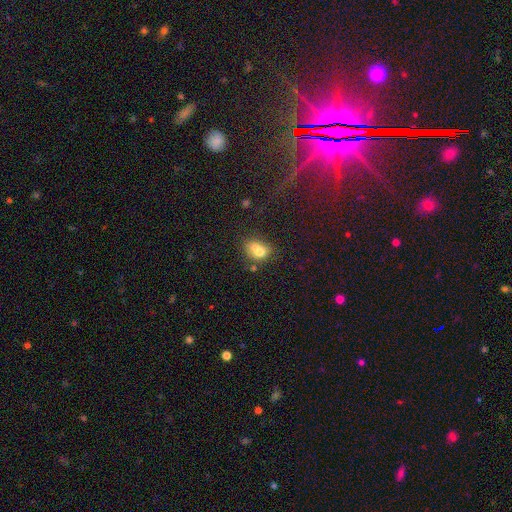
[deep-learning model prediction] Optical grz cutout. It shows a smooth galaxy with no disk features (63%) that is round (53%). Merging: merger (54%).